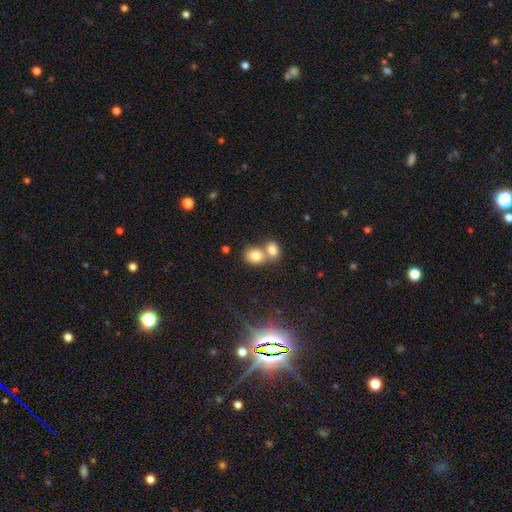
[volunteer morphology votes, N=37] Volunteers were most divided on "merging": merger: 58%, none: 36%, minor disturbance: 6%, major disturbance: 0%. More confident: smooth or featured — smooth (86%); how rounded — round (62%).